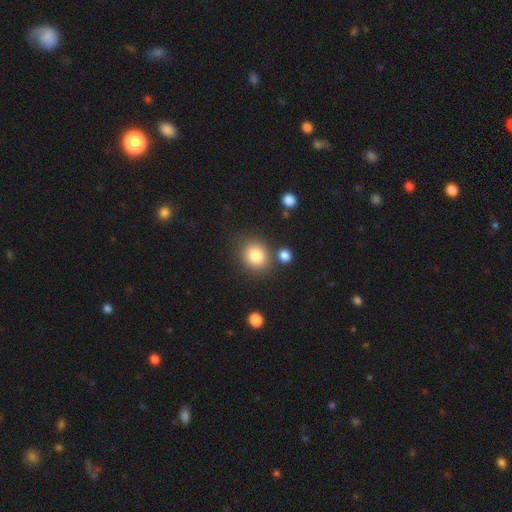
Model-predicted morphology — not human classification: smooth_or_featured: smooth (p=0.82) [alt: star or artifact p=0.10]
how_rounded: round (p=0.73) [alt: in between p=0.26]
merging: none (p=0.76) [alt: minor disturbance p=0.10]